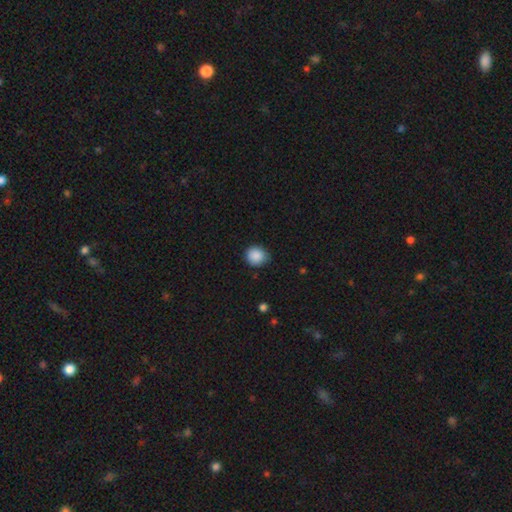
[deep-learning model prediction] Smooth or featured: smooth — 88% (star or artifact — 9%)
How rounded: round — 85% (in between — 14%)
Merging: none — 79% (minor disturbance — 17%)